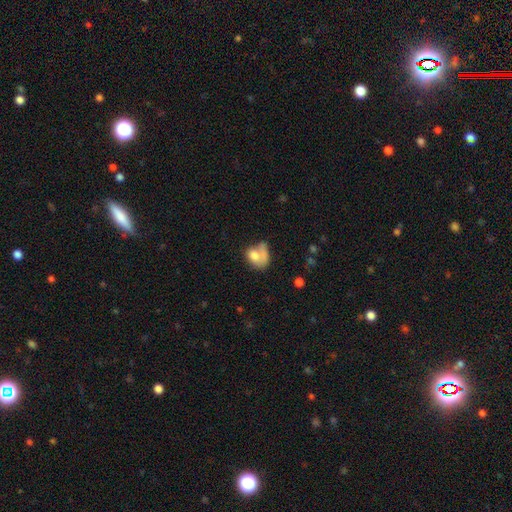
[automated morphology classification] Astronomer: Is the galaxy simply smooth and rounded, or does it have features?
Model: smooth — 71%.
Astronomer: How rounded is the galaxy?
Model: in between — 63%.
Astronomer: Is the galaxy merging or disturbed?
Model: merger — 31% (runner-up: none, 27%).